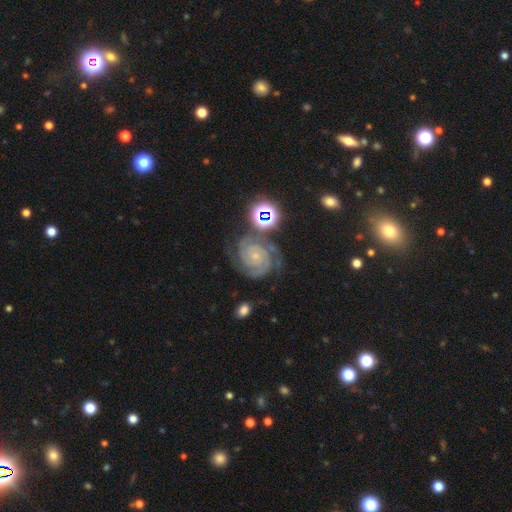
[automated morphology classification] Smooth or featured: featured or disk — 88% (star or artifact — 8%)
Edge-on disk: no — 98% (yes — 2%)
Bar: no — 75% (weak — 18%)
Spiral arms: yes — 98% (no — 2%)
Spiral winding: tight — 78% (medium — 20%)
Spiral arm count: 2 — 64% (3 — 17%)
Bulge size: small — 80% (moderate — 13%)
Merging: none — 72% (minor disturbance — 16%)